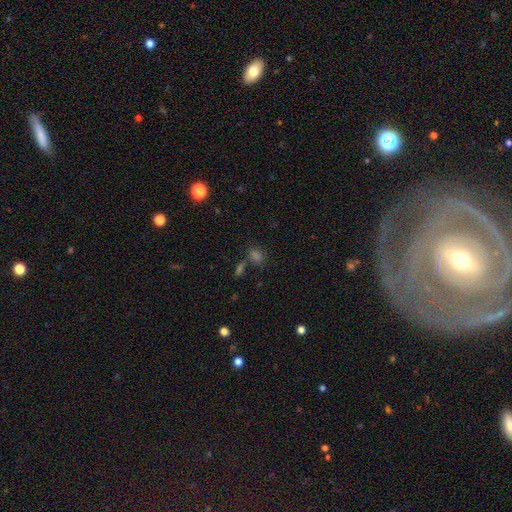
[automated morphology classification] Q: Smooth or featured?
A: smooth (60%); runner-up: star or artifact (32%)
Q: How rounded?
A: in between (57%); runner-up: round (41%)
Q: Merging?
A: none (67%); runner-up: merger (16%)